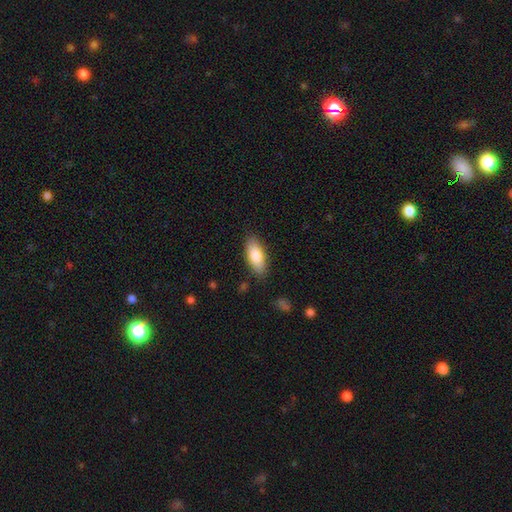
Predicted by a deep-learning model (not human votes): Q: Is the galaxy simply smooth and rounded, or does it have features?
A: smooth — 81%.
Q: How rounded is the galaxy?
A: in between — 81%.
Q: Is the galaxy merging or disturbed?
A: none — 85%.